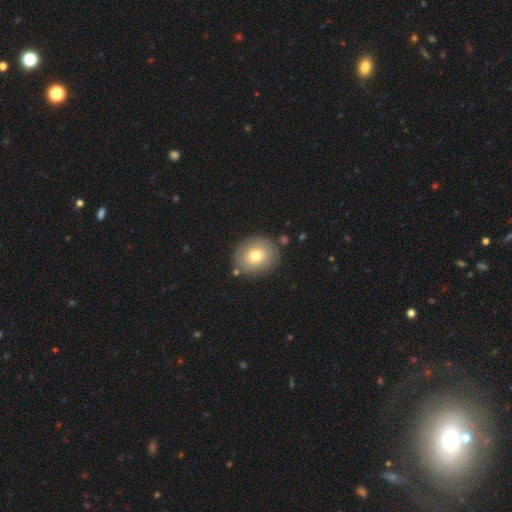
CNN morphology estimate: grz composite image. It shows a smooth galaxy with no disk features (73%) that is round (68%). Merging: none (82%).